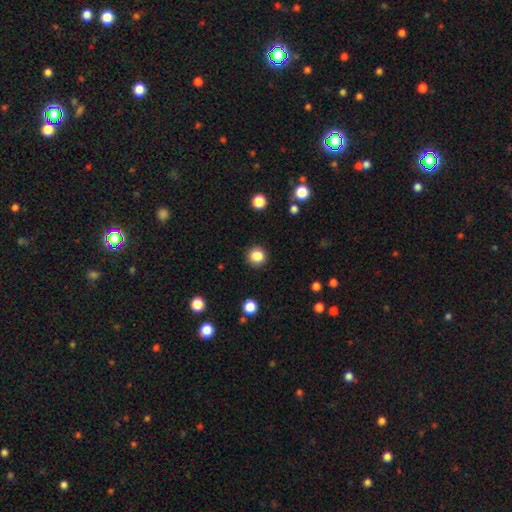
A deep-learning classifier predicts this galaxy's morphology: Smooth or featured? smooth (85%)
How rounded? round (93%)
Merging? none (91%)